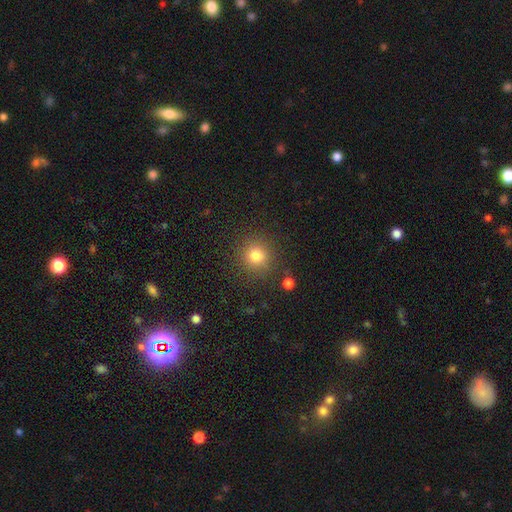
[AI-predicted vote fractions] Q: Smooth or featured?
A: smooth (80%); runner-up: star or artifact (14%)
Q: How rounded?
A: round (92%); runner-up: in between (7%)
Q: Merging?
A: none (87%); runner-up: minor disturbance (8%)